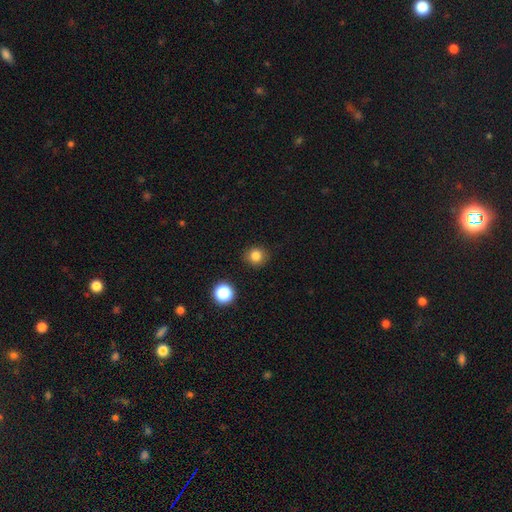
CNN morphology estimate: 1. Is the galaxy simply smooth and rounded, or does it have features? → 82% smooth, 13% star or artifact, 5% featured or disk.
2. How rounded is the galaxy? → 90% round, 9% in between, 1% cigar-shaped.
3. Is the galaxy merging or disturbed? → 89% none, 7% minor disturbance, 2% major disturbance, 2% merger.